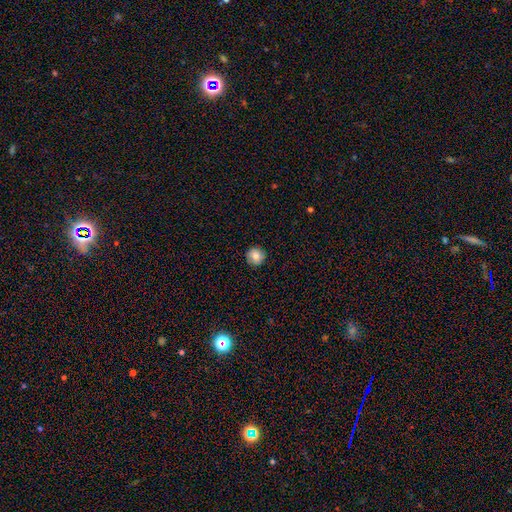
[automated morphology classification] Smooth or featured: smooth — 80% (featured or disk — 11%)
How rounded: round — 94% (in between — 5%)
Merging: none — 89% (minor disturbance — 8%)